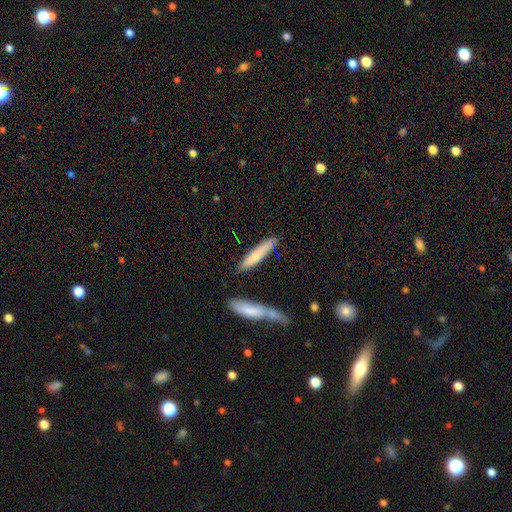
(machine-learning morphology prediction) This is likely a smooth galaxy (73%). How rounded: clearly cigar-shaped (86%). Merging: likely none (71%).